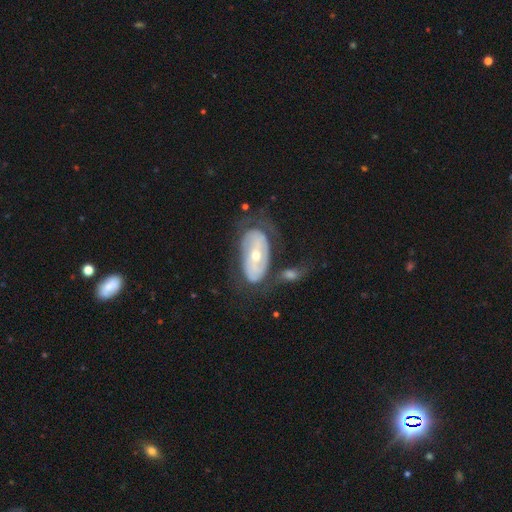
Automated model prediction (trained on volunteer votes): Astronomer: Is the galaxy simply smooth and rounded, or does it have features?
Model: featured or disk — 69%.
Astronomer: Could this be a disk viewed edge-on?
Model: no — 91%.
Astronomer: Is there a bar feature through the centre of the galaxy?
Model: no — 63%.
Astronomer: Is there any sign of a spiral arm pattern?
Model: yes — 53% (runner-up: no, 47%).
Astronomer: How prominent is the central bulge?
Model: moderate — 50% (runner-up: small, 46%).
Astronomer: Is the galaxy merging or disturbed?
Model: none — 47%.